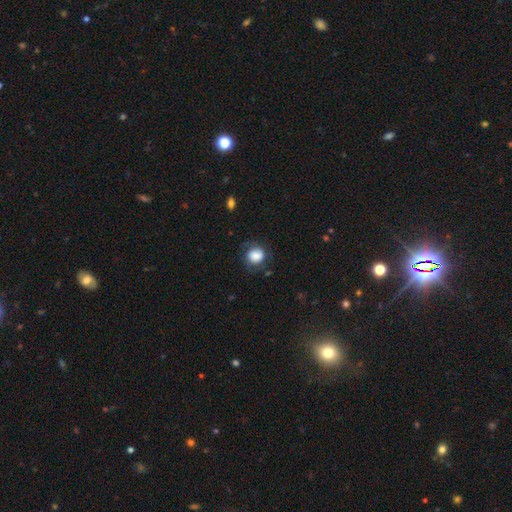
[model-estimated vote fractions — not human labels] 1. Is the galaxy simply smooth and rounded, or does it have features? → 79% smooth, 13% featured or disk, 8% star or artifact.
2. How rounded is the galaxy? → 70% round, 29% in between, 1% cigar-shaped.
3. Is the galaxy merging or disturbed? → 65% none, 22% minor disturbance, 11% major disturbance, 2% merger.